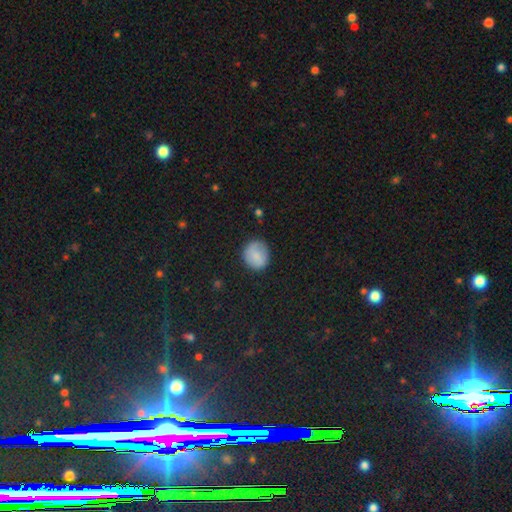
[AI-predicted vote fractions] smooth-or-featured: smooth: 78% | featured or disk: 13% | star or artifact: 9%
  how-rounded: round: 82% | in between: 17% | cigar-shaped: 1%
  merging: none: 81% | minor disturbance: 14% | major disturbance: 4% | merger: 1%